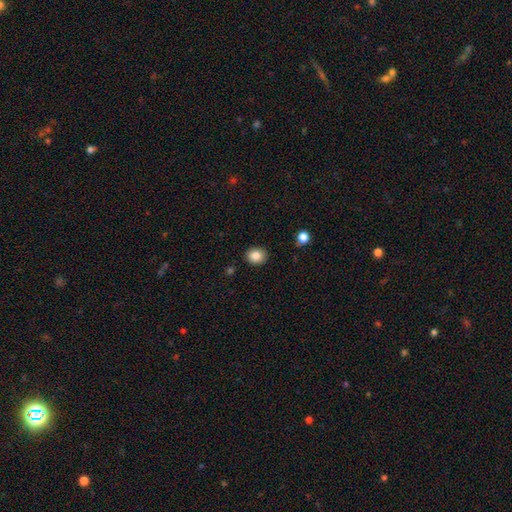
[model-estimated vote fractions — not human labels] smooth 85%, star or artifact 10%, featured or disk 5%. Down the decision tree: how rounded — round (67%); merging — none (89%).